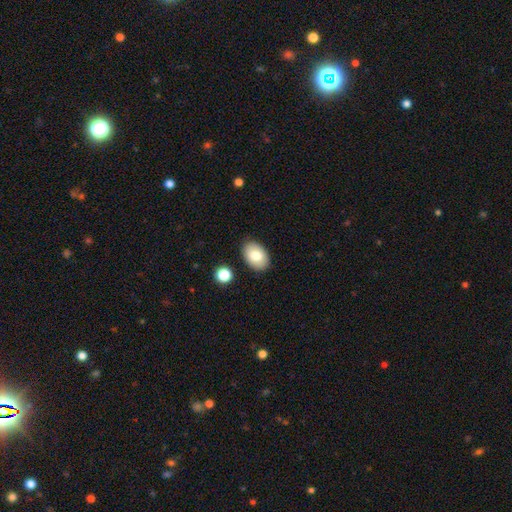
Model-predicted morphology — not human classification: smooth 80%, featured or disk 12%, star or artifact 7%. Down the decision tree: how rounded — in between (88%); merging — none (87%).